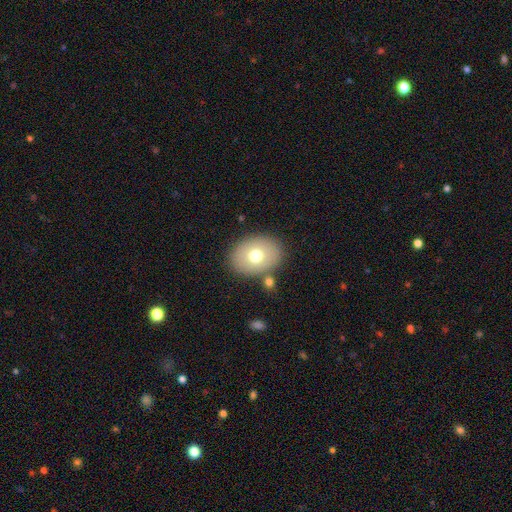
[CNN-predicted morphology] smooth_or_featured: smooth (p=0.71) [alt: featured or disk p=0.20]
how_rounded: in between (p=0.64) [alt: round p=0.35]
merging: none (p=0.81) [alt: minor disturbance p=0.10]